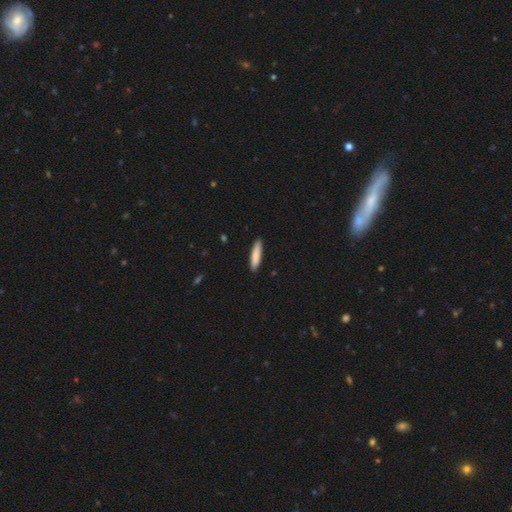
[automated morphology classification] Smooth or featured: smooth — 85% (featured or disk — 10%)
How rounded: cigar-shaped — 84% (in between — 15%)
Merging: none — 90% (minor disturbance — 8%)